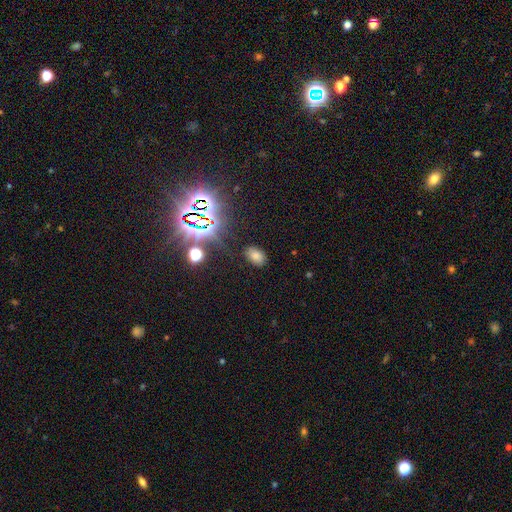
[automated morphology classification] Q: Smooth or featured?
A: smooth (66%); runner-up: star or artifact (25%)
Q: How rounded?
A: in between (84%); runner-up: round (14%)
Q: Merging?
A: none (83%); runner-up: minor disturbance (11%)